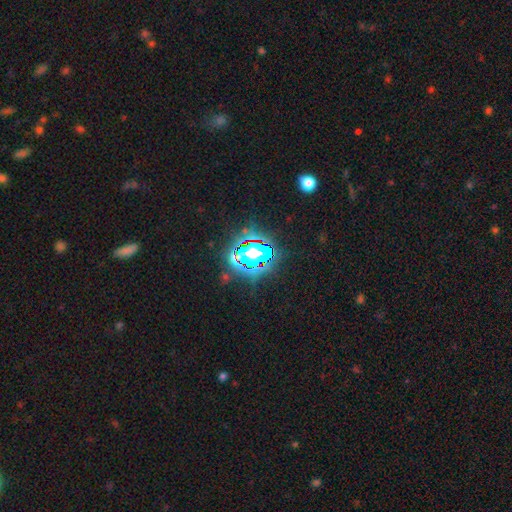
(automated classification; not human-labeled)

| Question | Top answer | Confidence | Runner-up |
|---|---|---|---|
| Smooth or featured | star or artifact | 78% | smooth (14%) |